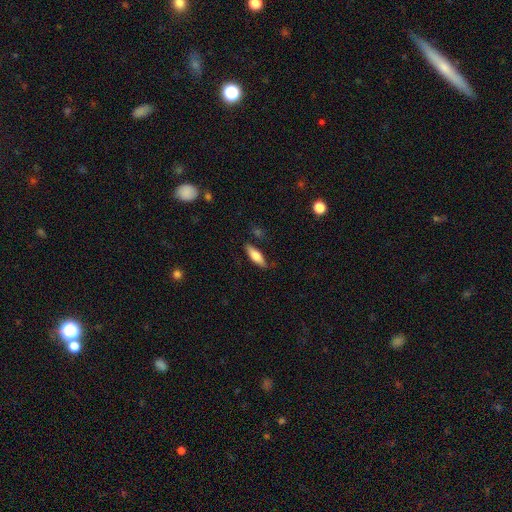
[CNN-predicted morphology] Smooth or featured? smooth (70%)
How rounded? in between (53%)
Merging? none (80%)